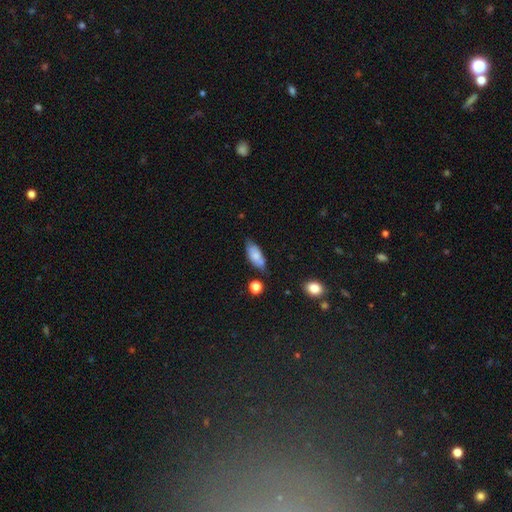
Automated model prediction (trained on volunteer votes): A smooth galaxy with no disk features (75%) that is in between round and cigar-shaped (83%).

Vote fractions:
- Smooth or featured? smooth: 75% / featured or disk: 17% / star or artifact: 7%
- How rounded? in between: 83% / cigar-shaped: 14% / round: 3%
- Merging? none: 62% / minor disturbance: 26% / merger: 7% / major disturbance: 5%